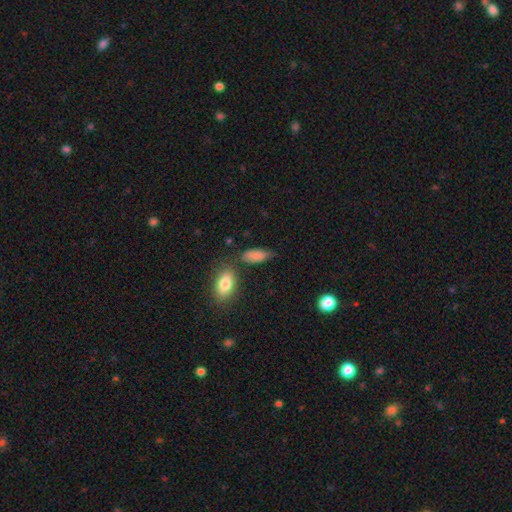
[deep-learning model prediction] This is clearly a smooth galaxy (85%). How rounded: clearly in between (85%). Merging: likely none (62%).